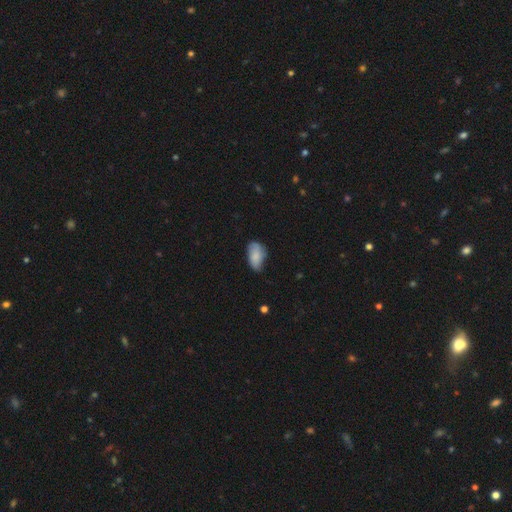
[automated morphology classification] type=smooth (77%); roundness=in between (92%); merging=none (51%).